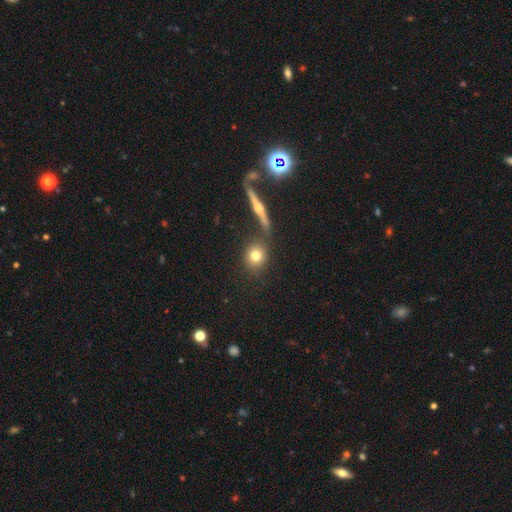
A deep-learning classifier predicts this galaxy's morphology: The model was most divided on "smooth or featured": smooth: 75%, featured or disk: 15%, star or artifact: 10%. More confident: how rounded — round (82%); merging — none (74%).